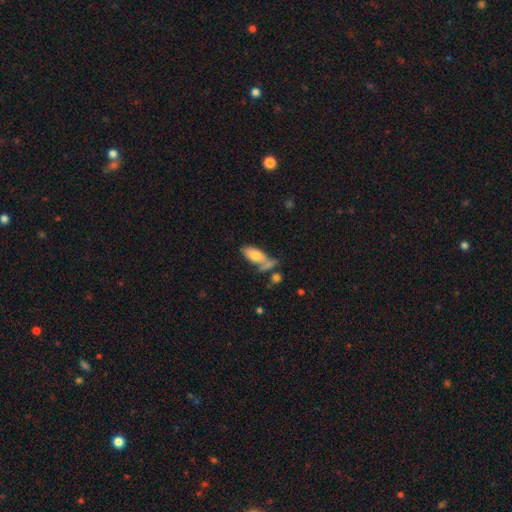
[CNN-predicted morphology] Overall: smooth (71%). How rounded: in between (81%). Merging: none (46%; merger 25%).